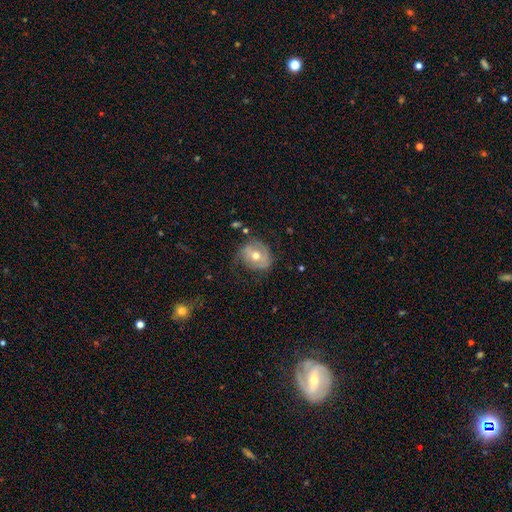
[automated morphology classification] type=featured or disk (57%); edge-on=no (96%); bar=no (51%); spiral arms=yes (63%); bulge=moderate (75%); merging=none (58%).